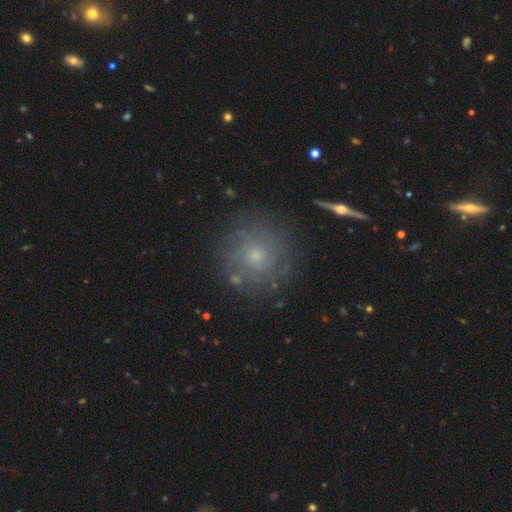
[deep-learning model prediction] Morphology: type=featured or disk (53%); edge-on=no (91%); merging=none (80%).